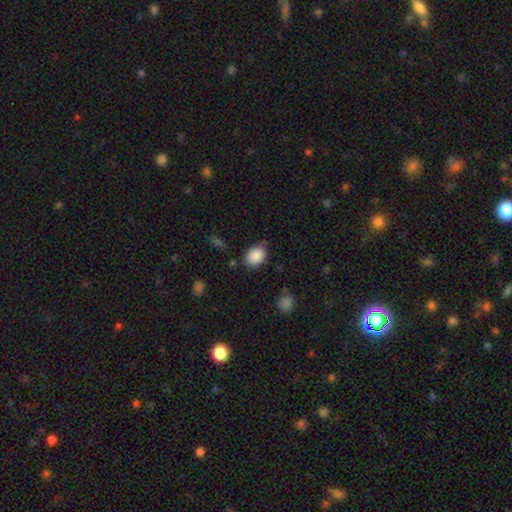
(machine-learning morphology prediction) smooth-or-featured: smooth: 88% | star or artifact: 8% | featured or disk: 4%
  how-rounded: in between: 61% | round: 38% | cigar-shaped: 1%
  merging: none: 72% | minor disturbance: 20% | major disturbance: 5% | merger: 4%